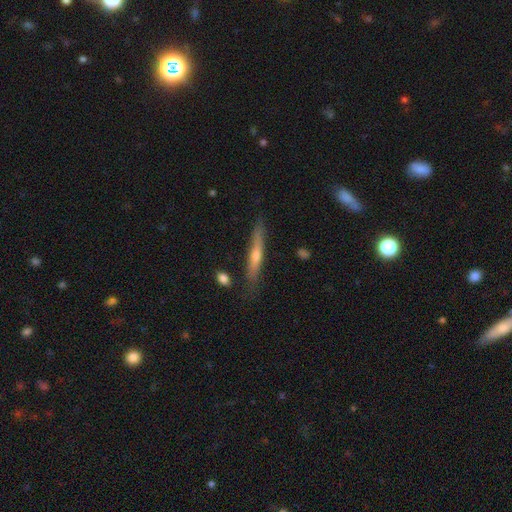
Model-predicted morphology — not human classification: The model was most divided on "smooth or featured": featured or disk: 65%, smooth: 27%, star or artifact: 8%. More confident: edge-on disk — yes (95%); merging — none (83%); edge-on bulge — rounded (80%).